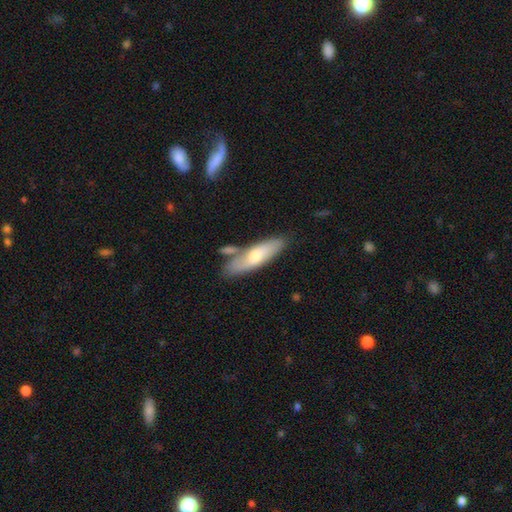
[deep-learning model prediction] A smooth galaxy with no disk features (60%) that is cigar-shaped (55%).

Vote fractions:
- Smooth or featured? smooth: 60% / featured or disk: 35% / star or artifact: 5%
- How rounded? cigar-shaped: 55% / in between: 43% / round: 2%
- Merging? none: 62% / minor disturbance: 17% / merger: 17% / major disturbance: 4%